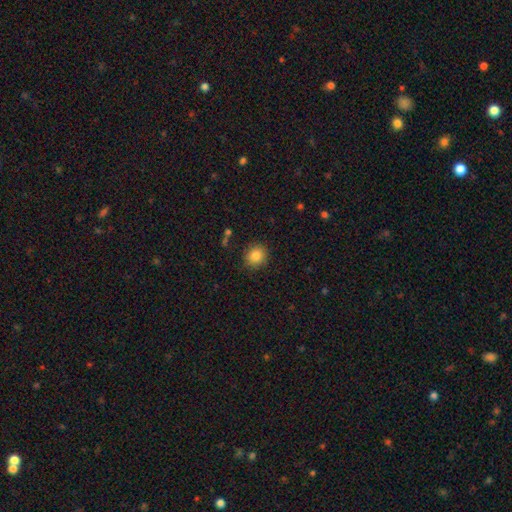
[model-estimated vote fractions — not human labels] Overall: smooth (85%). How rounded: round (82%). Merging: none (85%).